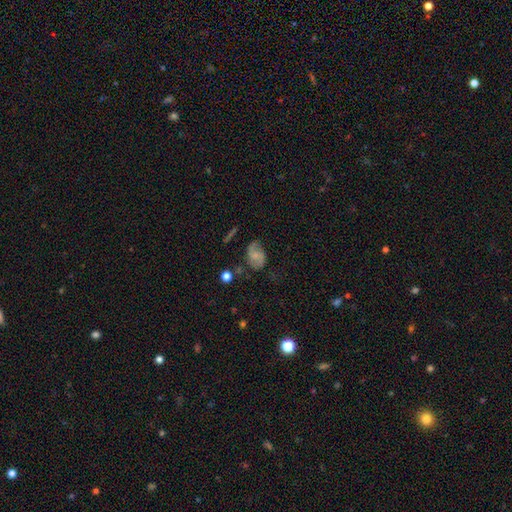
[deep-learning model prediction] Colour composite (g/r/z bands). It shows a featured or disk galaxy (58%) with no bar (52%), 2 (86%) medium (46%) spiral arms (90%) and a small central bulge (47%). Merging: none (66%).